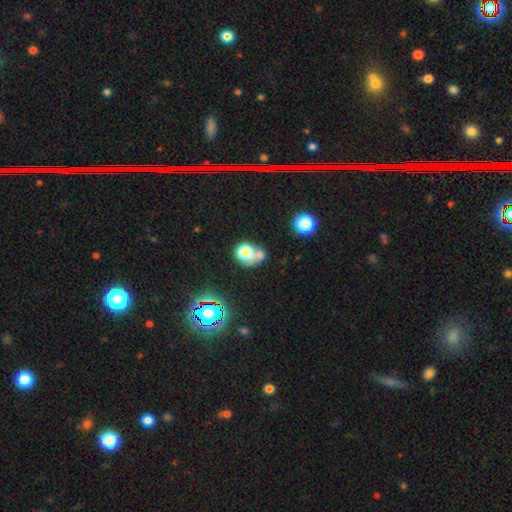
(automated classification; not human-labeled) Smooth or featured?
  - smooth: 63% *
  - featured or disk: 19%
  - star or artifact: 18%
How rounded?
  - round: 65% *
  - in between: 34%
  - cigar-shaped: 1%
Merging?
  - merger: 46% *
  - none: 34%
  - minor disturbance: 11%
  - major disturbance: 9%